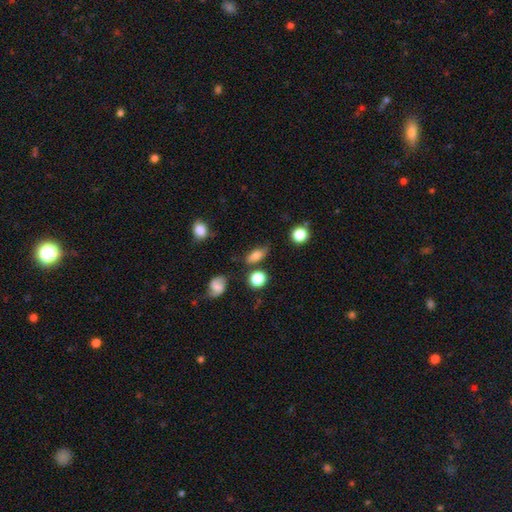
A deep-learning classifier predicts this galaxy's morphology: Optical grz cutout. It shows a smooth galaxy with no disk features (74%) that is in between round and cigar-shaped (72%). Merging: none (70%).